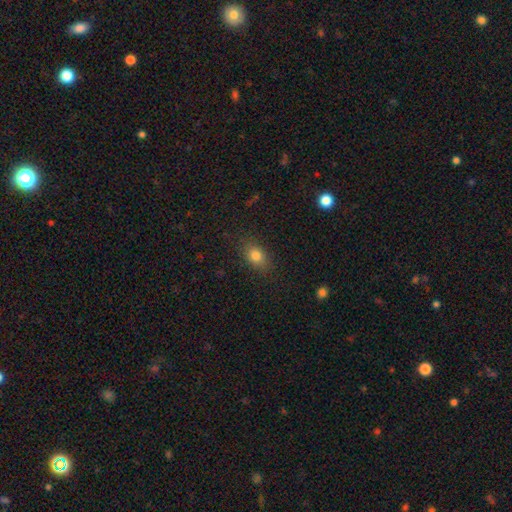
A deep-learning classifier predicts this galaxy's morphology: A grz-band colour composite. It shows a smooth galaxy with no disk features (81%) that is in between round and cigar-shaped (73%). Merging: none (84%).